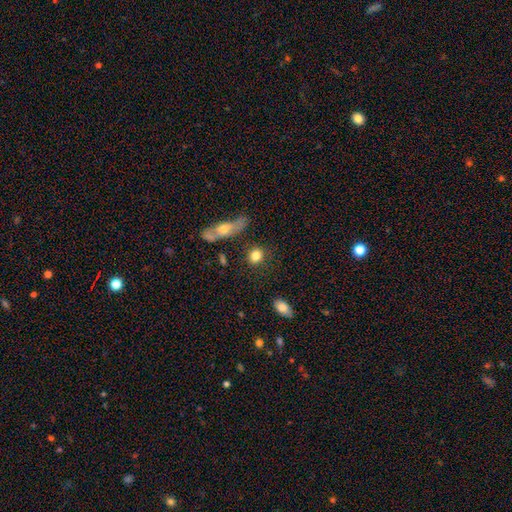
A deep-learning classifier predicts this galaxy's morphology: Q: Smooth or featured?
A: smooth (82%); runner-up: featured or disk (10%)
Q: How rounded?
A: round (75%); runner-up: in between (22%)
Q: Merging?
A: none (81%); runner-up: minor disturbance (11%)